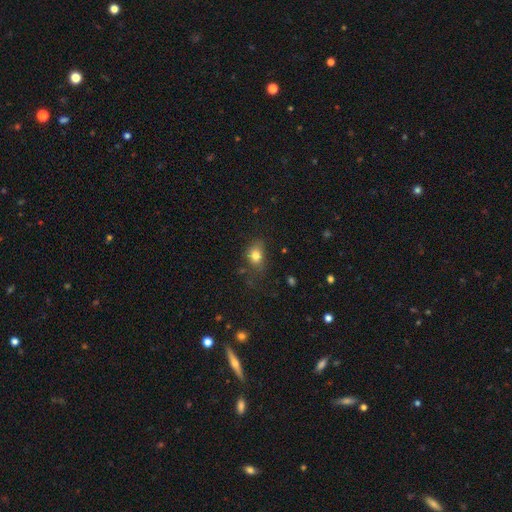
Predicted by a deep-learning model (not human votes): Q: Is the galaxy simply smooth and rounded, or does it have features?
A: smooth — 79%.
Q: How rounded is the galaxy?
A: in between — 58%.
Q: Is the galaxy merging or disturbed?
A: none — 60%.